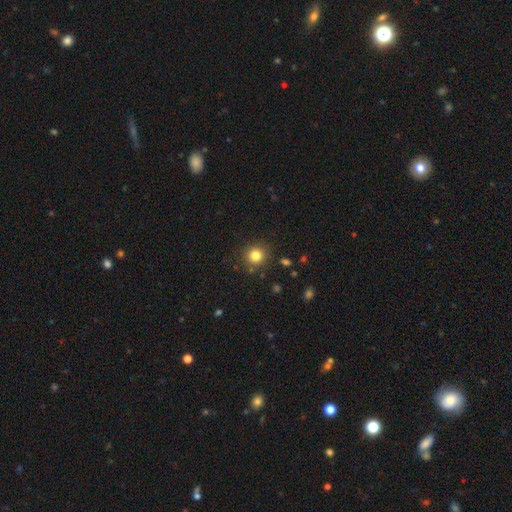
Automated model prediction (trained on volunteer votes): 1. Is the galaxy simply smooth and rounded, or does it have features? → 82% smooth, 12% star or artifact, 6% featured or disk.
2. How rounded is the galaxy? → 91% round, 8% in between, 1% cigar-shaped.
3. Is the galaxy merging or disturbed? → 88% none, 7% minor disturbance, 3% major disturbance, 2% merger.